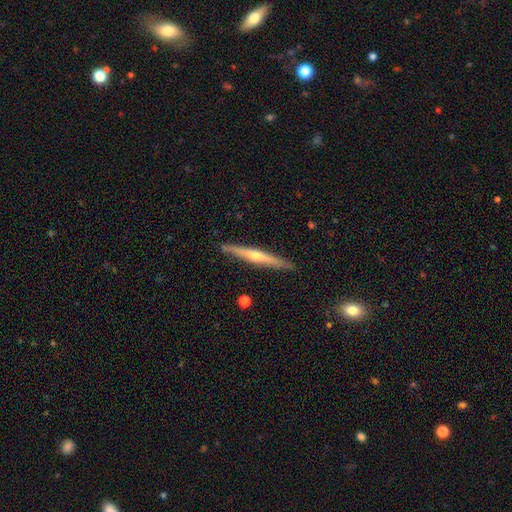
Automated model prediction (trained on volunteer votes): smooth_or_featured: featured or disk (p=0.70) [alt: smooth p=0.24]
disk_edge_on: yes (p=0.97) [alt: no p=0.03]
edge_on_bulge: rounded (p=0.82) [alt: none p=0.15]
merging: none (p=0.91) [alt: minor disturbance p=0.07]